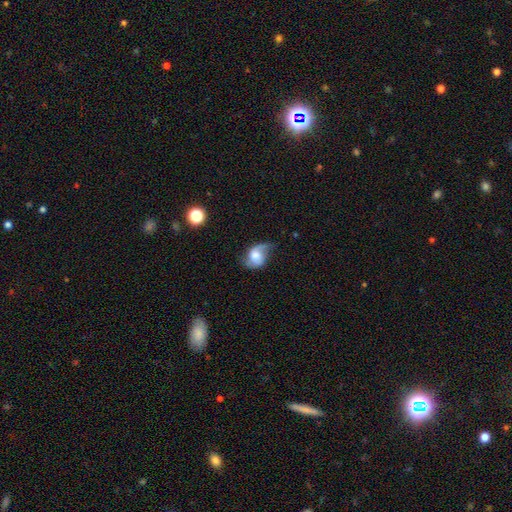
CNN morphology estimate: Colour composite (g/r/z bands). It shows a featured or disk galaxy (54%) with no bar (63%), spiral arms (88%) and a moderate central bulge (33%). Merging: none (42%).